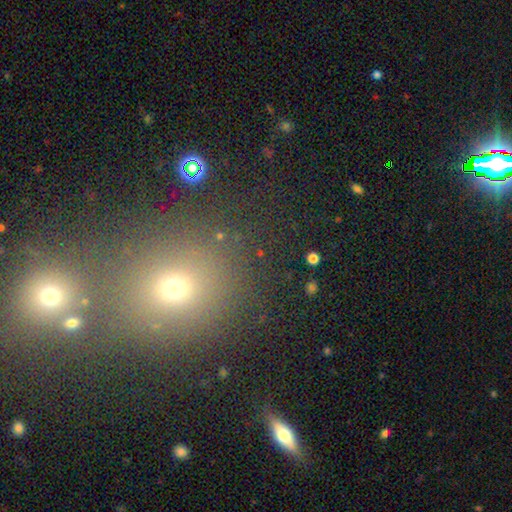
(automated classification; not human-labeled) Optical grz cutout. It shows a smooth galaxy with no disk features (51%) that is round (66%). Merging: none (78%).